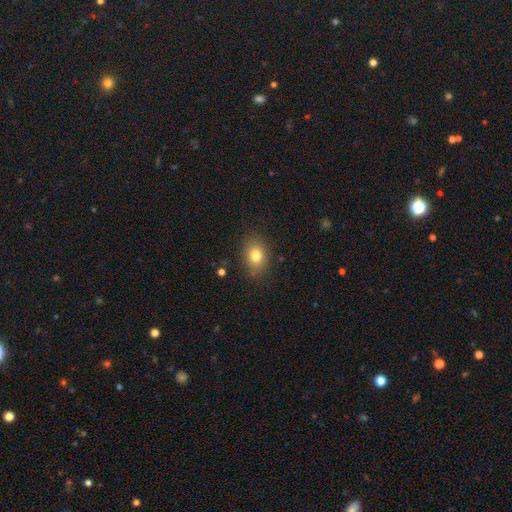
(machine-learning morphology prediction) Q: Smooth or featured?
A: smooth (79%); runner-up: star or artifact (10%)
Q: How rounded?
A: in between (70%); runner-up: round (29%)
Q: Merging?
A: none (84%); runner-up: minor disturbance (11%)